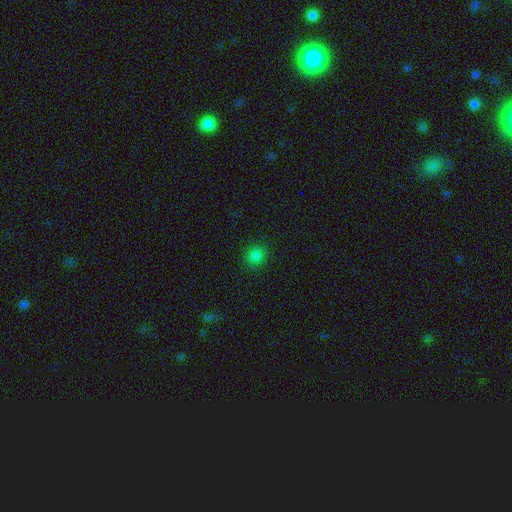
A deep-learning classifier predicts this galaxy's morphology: A smooth galaxy with no disk features (82%) that is round (80%).

Vote fractions:
- Smooth or featured? smooth: 82% / star or artifact: 15% / featured or disk: 3%
- How rounded? round: 80% / in between: 19% / cigar-shaped: 1%
- Merging? none: 89% / minor disturbance: 8% / major disturbance: 2% / merger: 1%